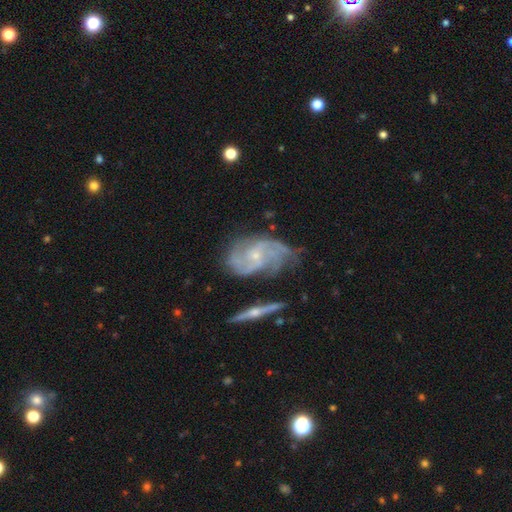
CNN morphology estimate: smooth-or-featured: featured or disk: 86% | smooth: 8% | star or artifact: 7%
  disk-edge-on: no: 95% | yes: 5%
    bar: no: 63% | weak: 30% | strong: 7%
    has-spiral-arms: yes: 94% | no: 6%
      spiral-winding: medium: 44% | tight: 38% | loose: 18%
      spiral-arm-count: 3: 29% | 2: 25% | can't tell: 23% | 4: 12% | more than 4: 5% | 1: 5%
    bulge-size: small: 74% | moderate: 21% | none: 3% | large: 1% | dominant: 1%
  merging: none: 54% | minor disturbance: 25% | major disturbance: 13% | merger: 9%